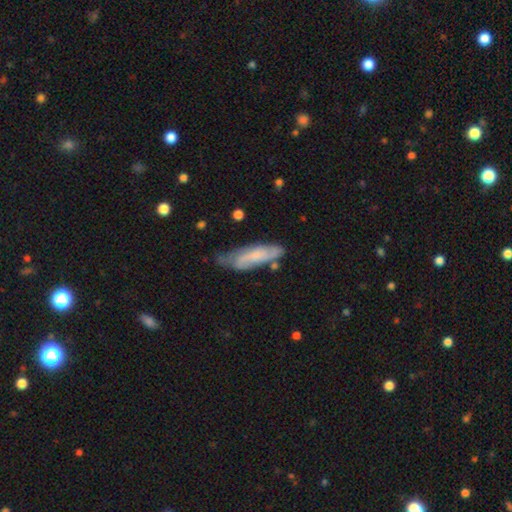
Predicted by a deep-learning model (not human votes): Q: Smooth or featured?
A: smooth (47%); runner-up: featured or disk (46%)
Q: Merging?
A: none (55%); runner-up: minor disturbance (31%)